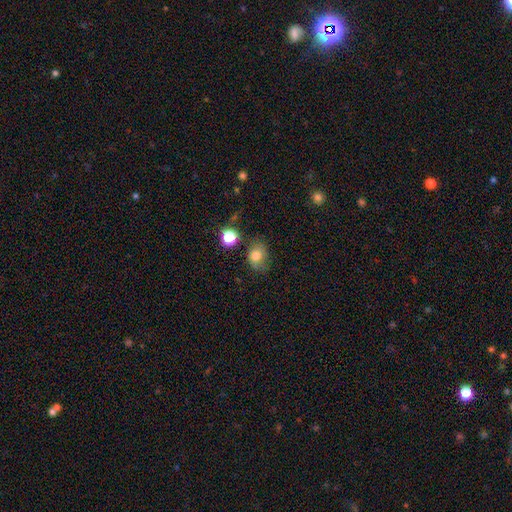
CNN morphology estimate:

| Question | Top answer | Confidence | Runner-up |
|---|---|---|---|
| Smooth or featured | smooth | 76% | star or artifact (13%) |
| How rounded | in between | 51% | round (48%) |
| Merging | none | 68% | minor disturbance (21%) |